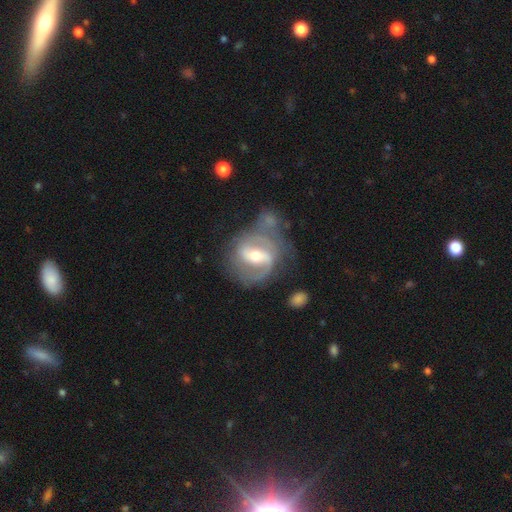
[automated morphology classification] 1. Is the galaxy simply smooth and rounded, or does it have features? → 83% featured or disk, 11% smooth, 6% star or artifact.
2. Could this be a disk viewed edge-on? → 96% no, 4% yes.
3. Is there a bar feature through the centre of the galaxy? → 47% strong, 40% weak, 13% no.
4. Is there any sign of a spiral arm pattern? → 89% yes, 11% no.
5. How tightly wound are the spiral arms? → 48% medium, 27% tight, 24% loose.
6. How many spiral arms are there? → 78% 2, 10% can't tell, 8% 1, 3% 3, 1% 4, 1% more than 4.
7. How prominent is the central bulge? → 66% moderate, 26% small, 6% large, 1% none, 1% dominant.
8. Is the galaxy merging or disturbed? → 48% none, 20% minor disturbance, 18% major disturbance, 14% merger.